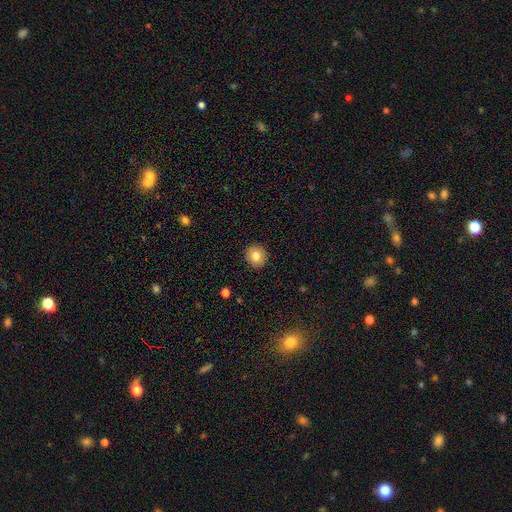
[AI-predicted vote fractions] A smooth galaxy with no disk features (82%) that is round (92%). Merging: none (92%).